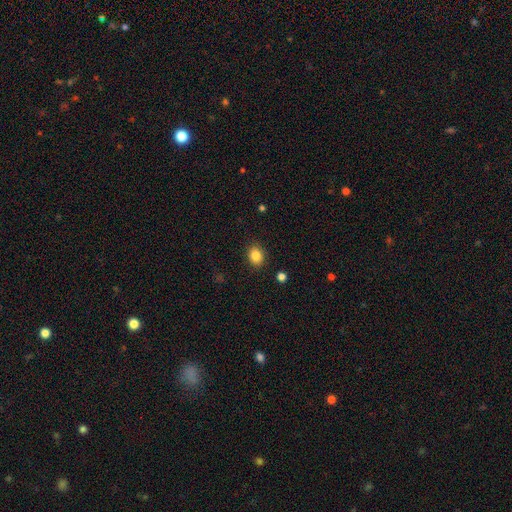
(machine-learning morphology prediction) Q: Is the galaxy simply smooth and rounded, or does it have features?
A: smooth — 85%.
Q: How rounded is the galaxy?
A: in between — 53%.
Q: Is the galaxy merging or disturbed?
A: none — 88%.